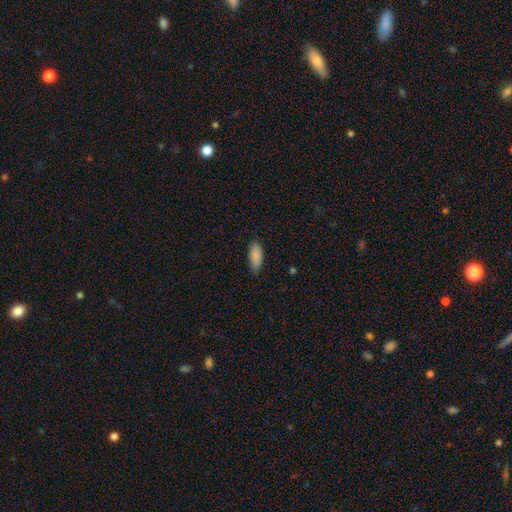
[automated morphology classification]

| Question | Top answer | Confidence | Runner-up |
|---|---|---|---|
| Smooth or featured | smooth | 88% | star or artifact (6%) |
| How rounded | in between | 85% | cigar-shaped (13%) |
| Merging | none | 78% | minor disturbance (19%) |